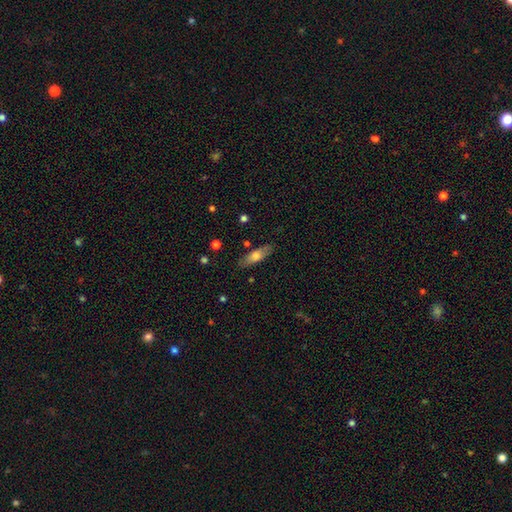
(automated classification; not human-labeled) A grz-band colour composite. It shows a smooth galaxy with no disk features (66%) that is in between round and cigar-shaped (53%). Merging: none (83%).